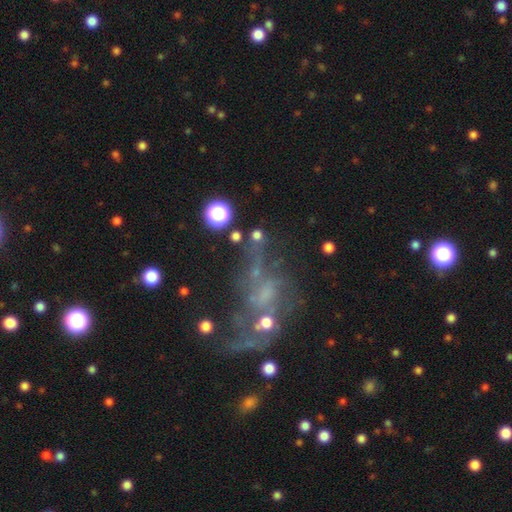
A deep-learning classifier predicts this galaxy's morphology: Smooth or featured: featured or disk — 53% (star or artifact — 28%)
Edge-on disk: no — 93% (yes — 7%)
Merging: major disturbance — 36% (none — 33%)